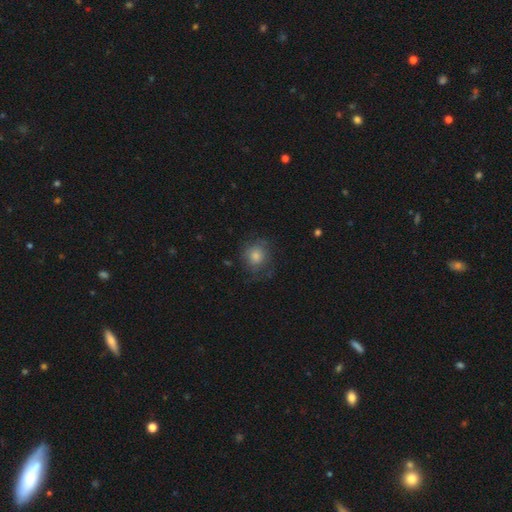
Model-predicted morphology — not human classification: A smooth galaxy with no disk features (66%) that is round (84%). Merging: none (69%).